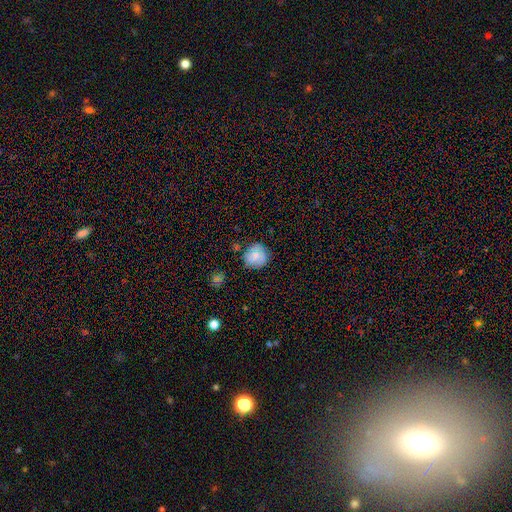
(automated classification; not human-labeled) smooth_or_featured: smooth (p=0.66) [alt: featured or disk p=0.24]
how_rounded: round (p=0.88) [alt: in between p=0.11]
merging: none (p=0.74) [alt: minor disturbance p=0.18]